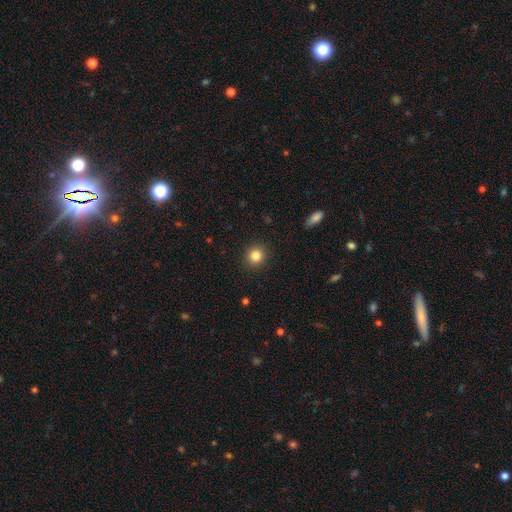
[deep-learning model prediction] Morphology: type=smooth (84%); roundness=round (90%); merging=none (91%).